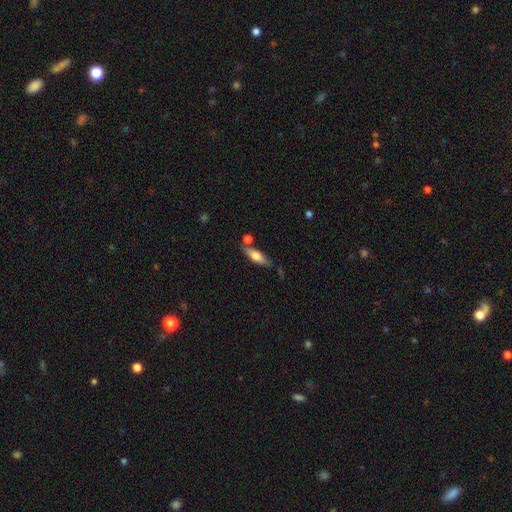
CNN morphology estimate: Overall: smooth (65%; featured or disk 28%). How rounded: in between (54%; cigar-shaped 43%). Merging: none (66%).